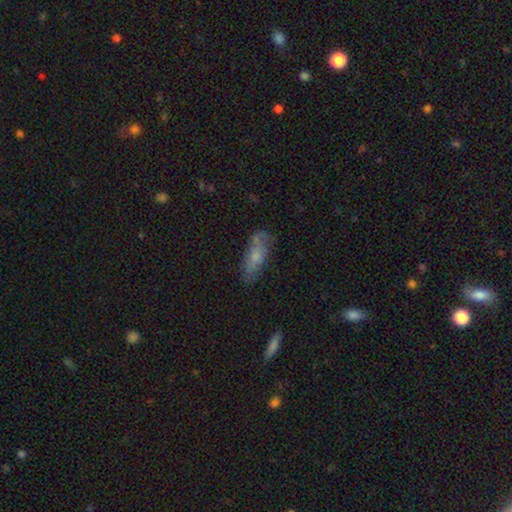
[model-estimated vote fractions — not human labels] Smooth or featured? Predicted: smooth (p=0.60). How rounded? Predicted: in between (p=0.65). Merging? Predicted: none (p=0.60).